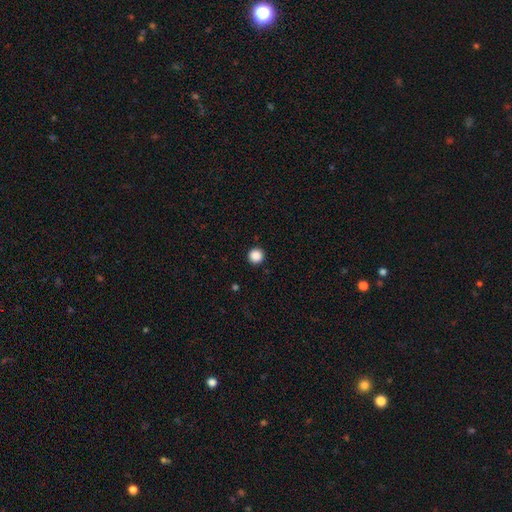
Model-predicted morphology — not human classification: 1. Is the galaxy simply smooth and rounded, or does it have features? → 88% smooth, 10% star or artifact, 2% featured or disk.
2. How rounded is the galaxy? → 96% round, 3% in between, 1% cigar-shaped.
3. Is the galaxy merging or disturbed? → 93% none, 4% minor disturbance, 2% major disturbance, 1% merger.